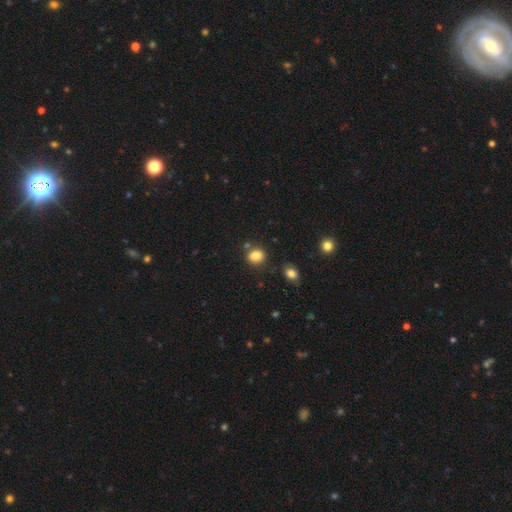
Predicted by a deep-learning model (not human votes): smooth-or-featured: smooth: 83% | star or artifact: 11% | featured or disk: 6%
  how-rounded: round: 54% | in between: 45% | cigar-shaped: 1%
  merging: none: 75% | minor disturbance: 12% | merger: 10% | major disturbance: 3%